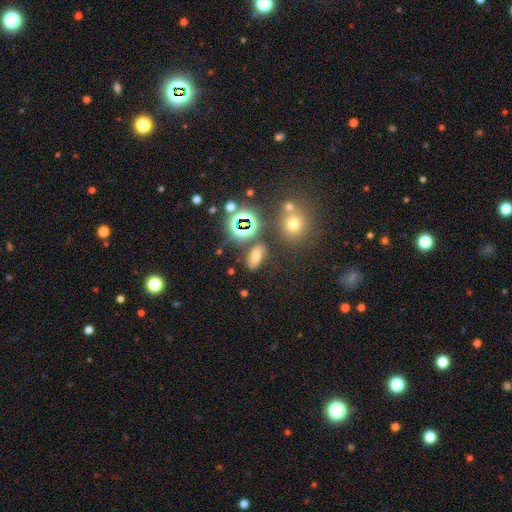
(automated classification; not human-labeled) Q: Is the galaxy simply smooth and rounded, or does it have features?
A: smooth — 54%.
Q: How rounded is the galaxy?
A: in between — 79%.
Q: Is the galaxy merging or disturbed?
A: none — 76%.